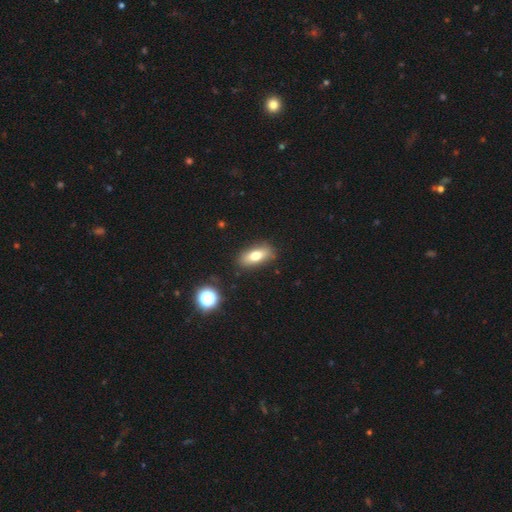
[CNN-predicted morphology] Smooth or featured: smooth — 73% (featured or disk — 18%)
How rounded: in between — 79% (cigar-shaped — 15%)
Merging: none — 85% (minor disturbance — 10%)